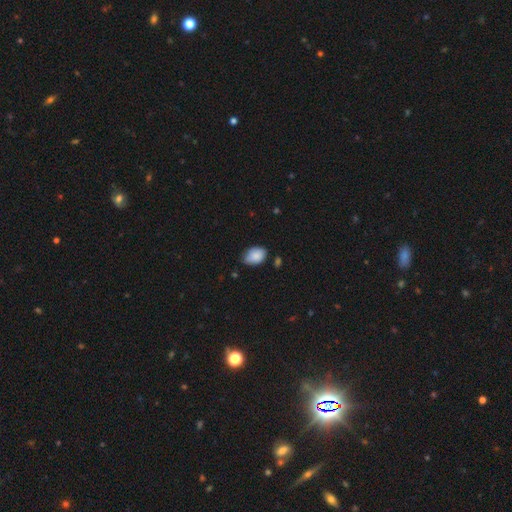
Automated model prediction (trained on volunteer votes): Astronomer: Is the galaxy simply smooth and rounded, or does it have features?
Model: smooth — 87%.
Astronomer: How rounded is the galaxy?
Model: in between — 86%.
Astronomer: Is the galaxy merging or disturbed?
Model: none — 67%.